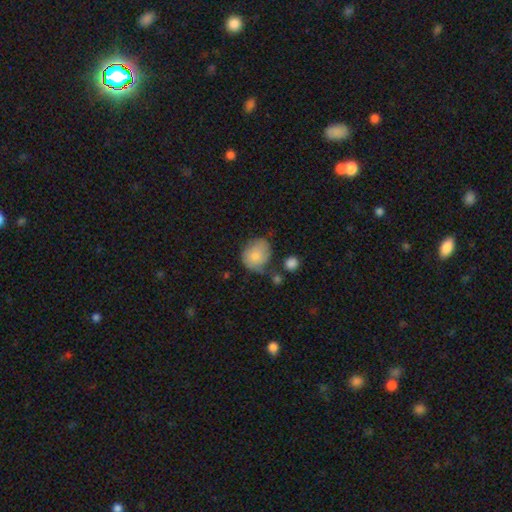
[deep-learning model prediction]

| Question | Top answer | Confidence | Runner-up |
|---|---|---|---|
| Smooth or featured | smooth | 79% | featured or disk (14%) |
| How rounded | round | 62% | in between (37%) |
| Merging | none | 50% | minor disturbance (31%) |